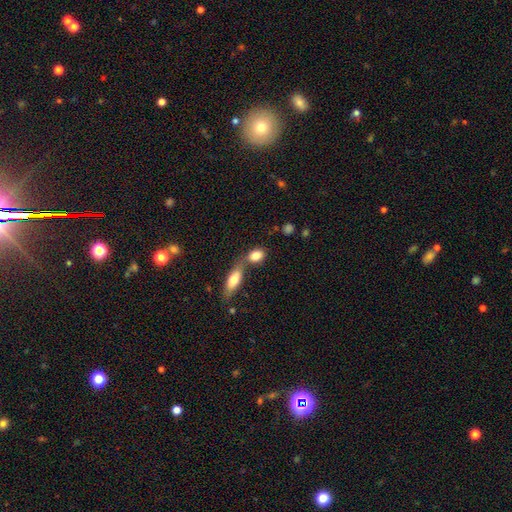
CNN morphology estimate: A smooth galaxy with no disk features (82%) that is in between round and cigar-shaped (75%). Merging: merger (43%).